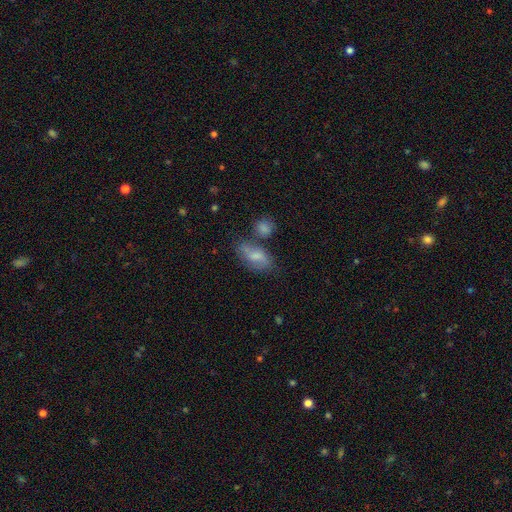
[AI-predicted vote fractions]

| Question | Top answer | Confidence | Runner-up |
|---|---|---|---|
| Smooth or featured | smooth | 60% | featured or disk (31%) |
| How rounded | in between | 85% | round (9%) |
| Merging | none | 50% | minor disturbance (22%) |